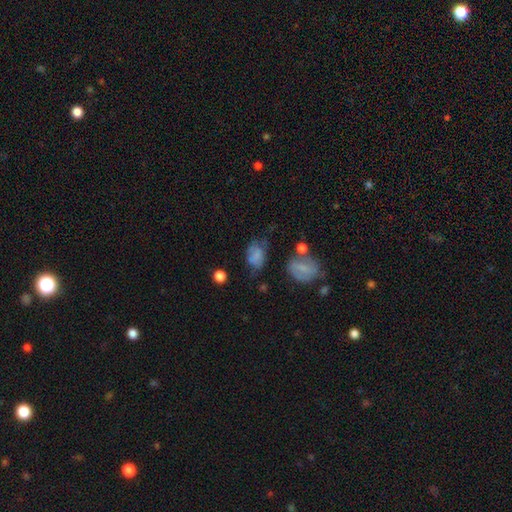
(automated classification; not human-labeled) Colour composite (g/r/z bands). It shows a smooth galaxy with no disk features (71%) that is in between round and cigar-shaped (78%). Merging: none (43%).